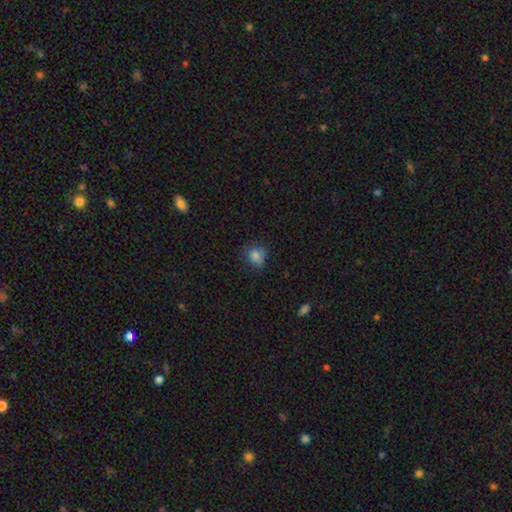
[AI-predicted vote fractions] This appears to be a smooth galaxy with no disk features (83%) that is round (77%). Merging: none (70%).